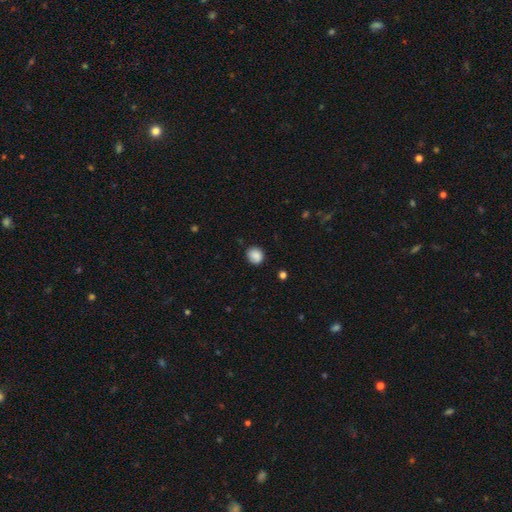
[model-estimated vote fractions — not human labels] This appears to be a smooth galaxy with no disk features (87%) that is round (78%). Merging: none (82%).